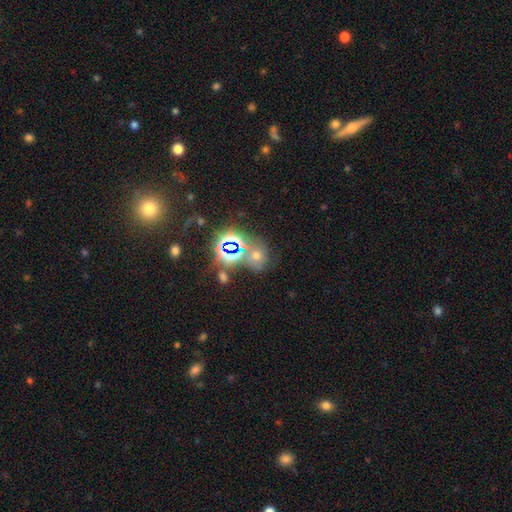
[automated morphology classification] A star or artifact, not a galaxy (56%).